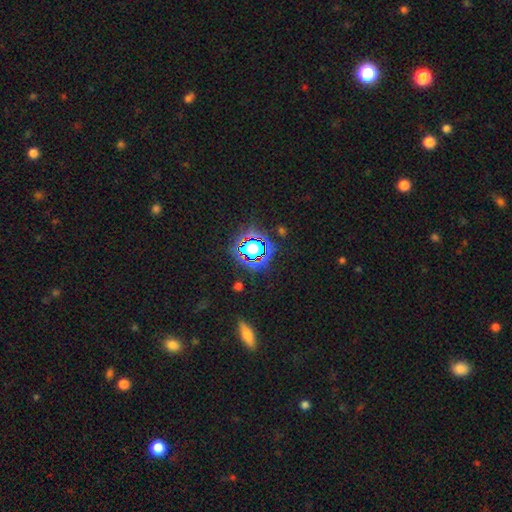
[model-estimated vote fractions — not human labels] This appears to be a star or artifact, not a galaxy (74%).